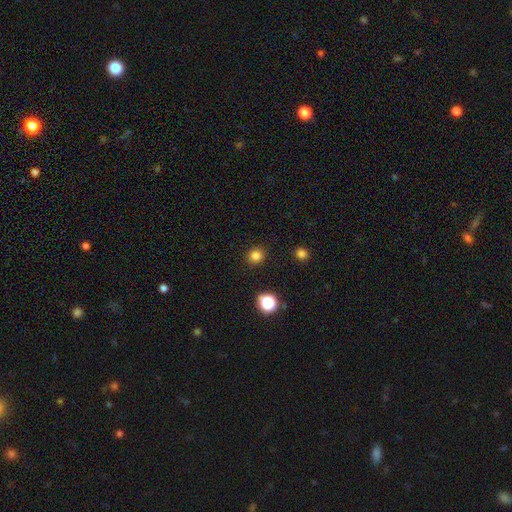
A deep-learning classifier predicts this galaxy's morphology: This is clearly a smooth galaxy (82%). How rounded: clearly round (88%). Merging: clearly none (90%).